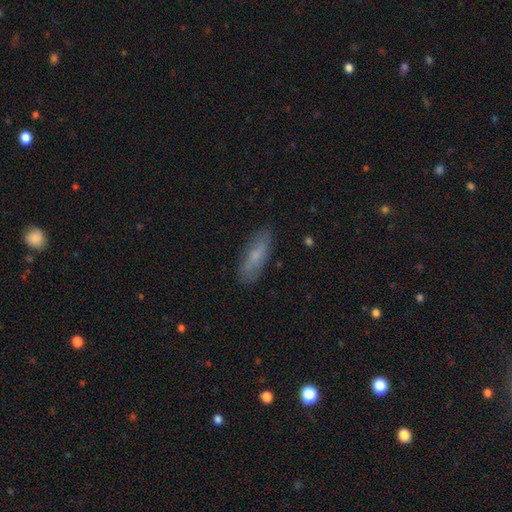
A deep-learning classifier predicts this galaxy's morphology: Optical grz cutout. It shows a smooth galaxy with no disk features (67%) that is in between round and cigar-shaped (50%). Merging: none (83%).